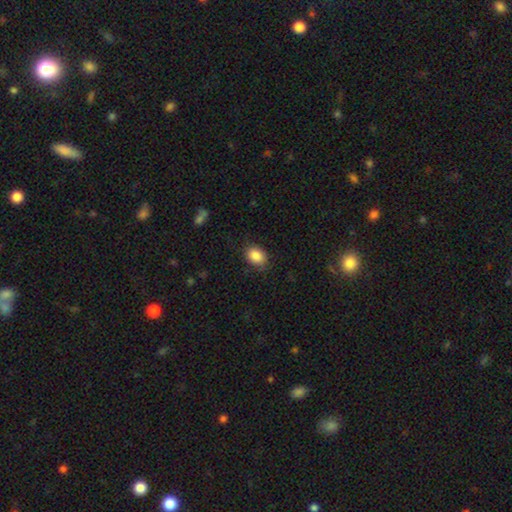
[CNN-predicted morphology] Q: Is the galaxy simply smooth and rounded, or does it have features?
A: smooth — 88%.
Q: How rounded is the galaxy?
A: in between — 72%.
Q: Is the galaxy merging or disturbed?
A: none — 81%.